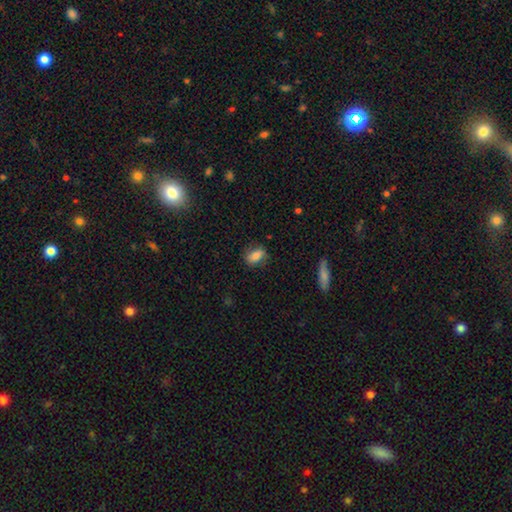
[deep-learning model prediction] The model was most divided on "merging": none: 77%, minor disturbance: 17%, major disturbance: 5%, merger: 2%. More confident: how rounded — in between (80%); smooth or featured — smooth (79%).